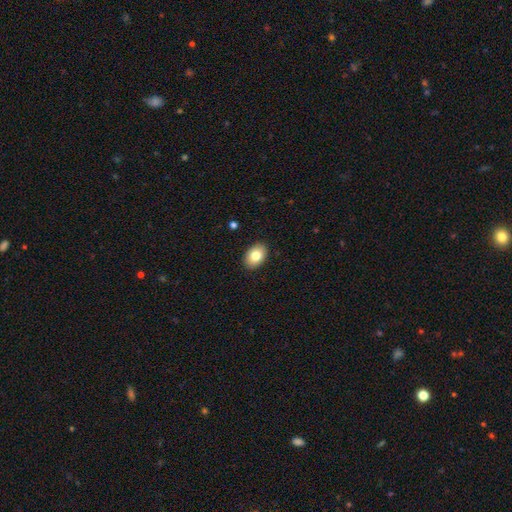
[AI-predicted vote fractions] Morphology: type=smooth (82%); roundness=in between (83%); merging=none (90%).